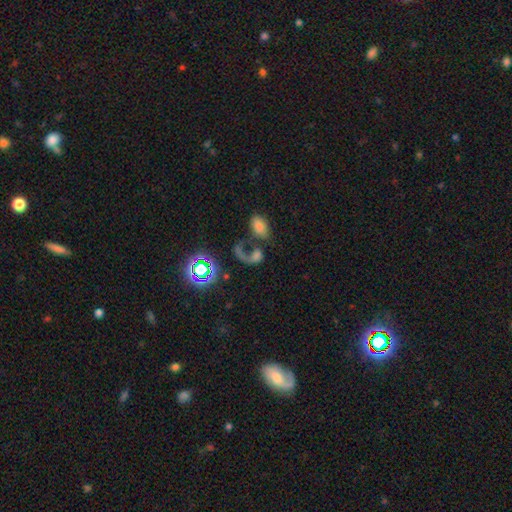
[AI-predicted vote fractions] Smooth or featured? smooth (47%)
Merging? merger (46%)